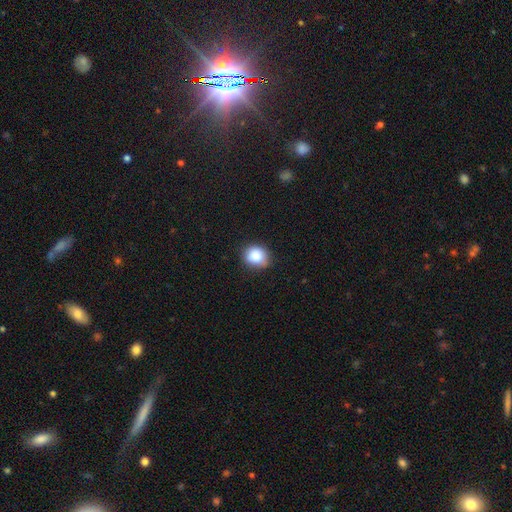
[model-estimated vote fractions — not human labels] Morphology: type=smooth (86%); roundness=round (71%); merging=none (77%).